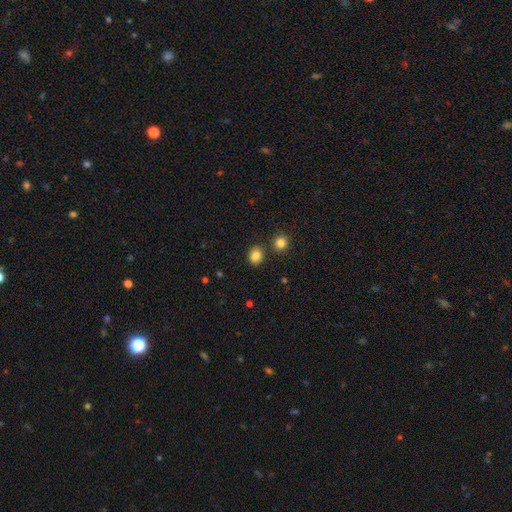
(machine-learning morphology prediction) smooth_or_featured: smooth (p=0.85) [alt: star or artifact p=0.11]
how_rounded: round (p=0.66) [alt: in between p=0.33]
merging: none (p=0.83) [alt: minor disturbance p=0.08]